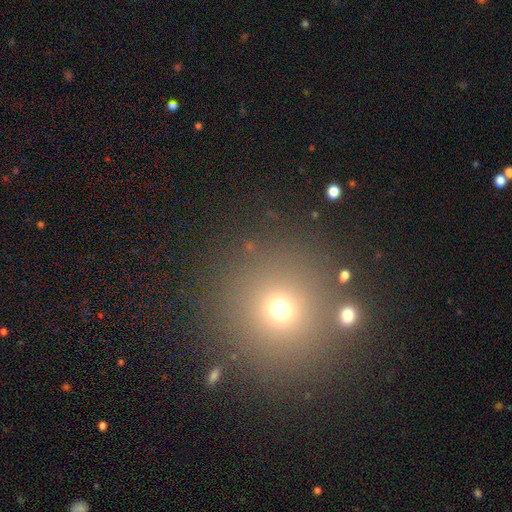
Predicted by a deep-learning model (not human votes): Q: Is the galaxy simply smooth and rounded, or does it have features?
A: smooth — 60%.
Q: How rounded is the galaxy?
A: round — 94%.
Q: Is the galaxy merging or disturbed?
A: none — 88%.